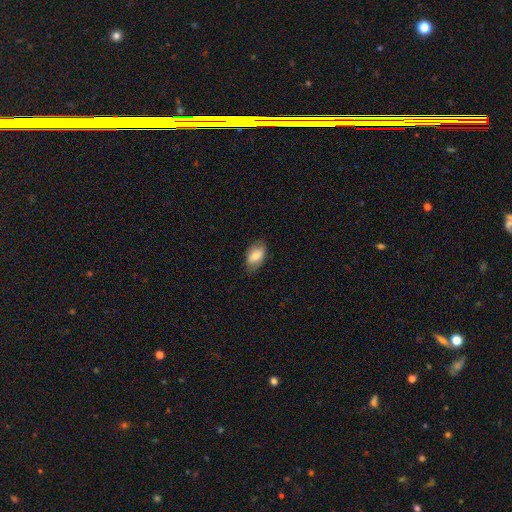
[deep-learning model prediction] Morphology: type=smooth (73%); roundness=in between (91%); merging=none (79%).